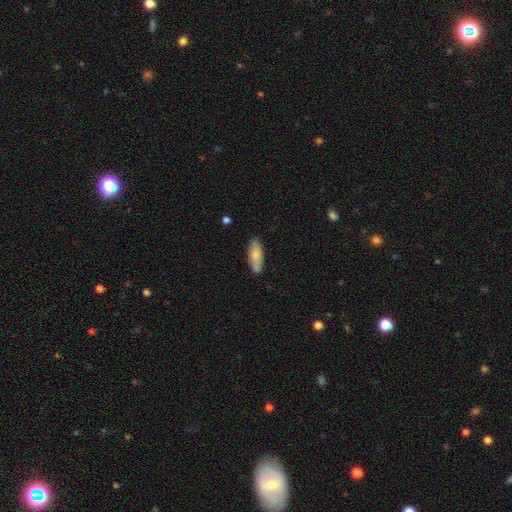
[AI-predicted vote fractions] Smooth or featured? Predicted: smooth (p=0.74). How rounded? Predicted: in between (p=0.74). Merging? Predicted: none (p=0.77).